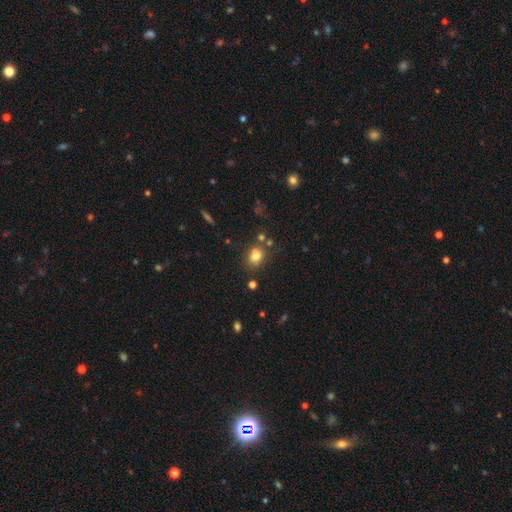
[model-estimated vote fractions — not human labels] Q: Smooth or featured?
A: smooth (71%); runner-up: star or artifact (16%)
Q: How rounded?
A: round (51%); runner-up: in between (48%)
Q: Merging?
A: none (50%); runner-up: merger (31%)